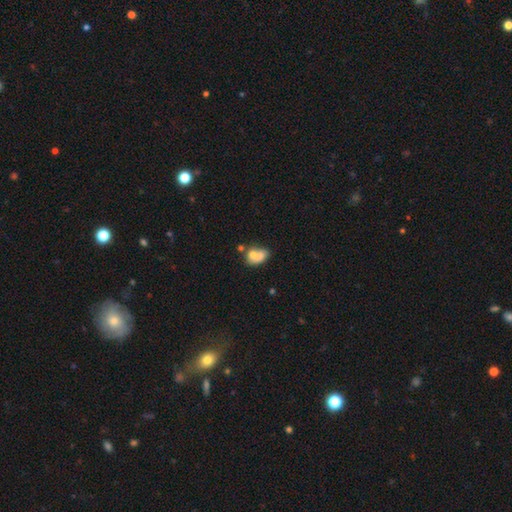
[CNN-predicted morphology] smooth-or-featured: smooth: 67% | featured or disk: 24% | star or artifact: 10%
  how-rounded: in between: 72% | round: 27% | cigar-shaped: 2%
  merging: merger: 54% | none: 27% | minor disturbance: 12% | major disturbance: 7%